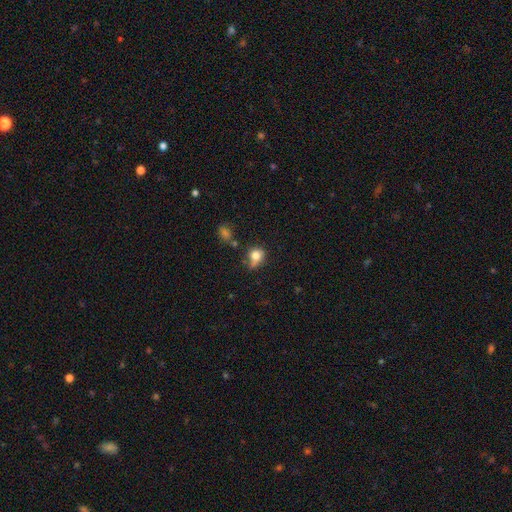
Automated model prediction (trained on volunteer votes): Smooth or featured? Predicted: smooth (p=0.77). How rounded? Predicted: round (p=0.65). Merging? Predicted: none (p=0.43).